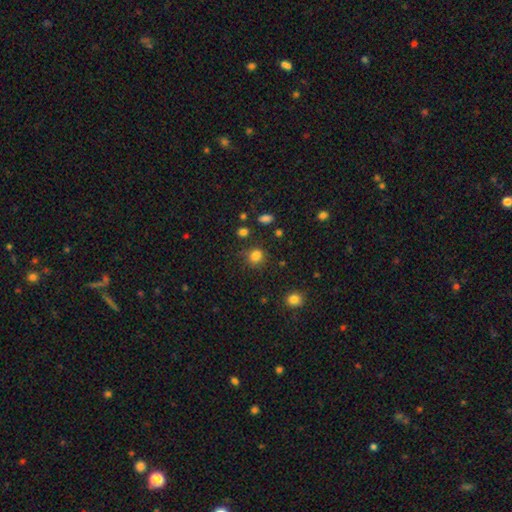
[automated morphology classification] Smooth or featured? Predicted: smooth (p=0.81). How rounded? Predicted: round (p=0.72). Merging? Predicted: none (p=0.73).